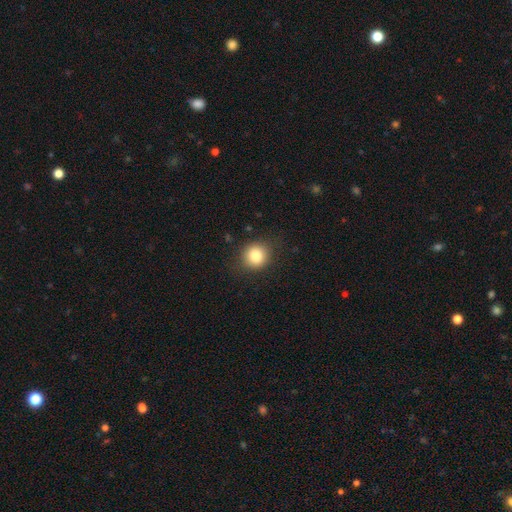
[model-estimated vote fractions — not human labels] Smooth or featured? Predicted: smooth (p=0.84). How rounded? Predicted: round (p=0.83). Merging? Predicted: none (p=0.85).